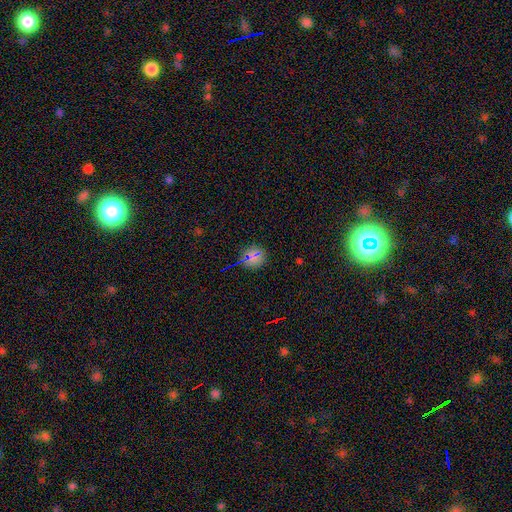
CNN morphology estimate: The model was most divided on "smooth or featured": smooth: 64%, star or artifact: 29%, featured or disk: 8%. More confident: how rounded — round (88%); merging — none (85%).